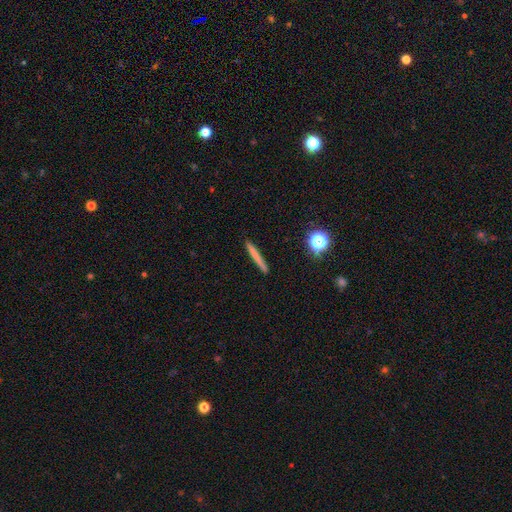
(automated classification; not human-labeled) Overall: smooth (68%). How rounded: cigar-shaped (96%). Merging: none (90%).